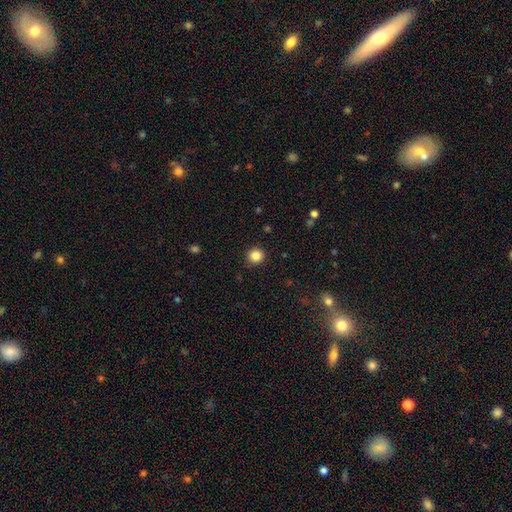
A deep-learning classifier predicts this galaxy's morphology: smooth 84%, star or artifact 11%, featured or disk 4%. Down the decision tree: how rounded — round (94%); merging — none (92%).